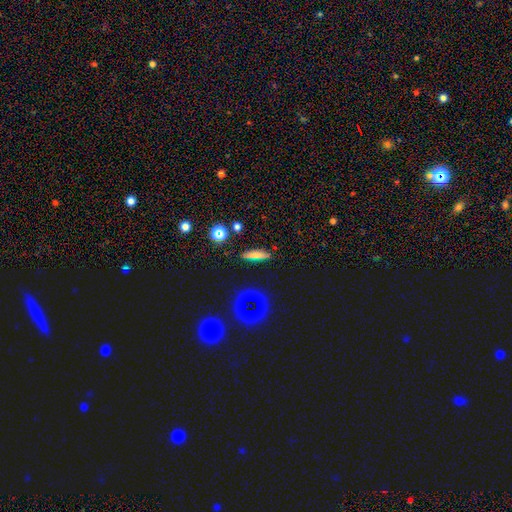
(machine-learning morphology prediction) smooth-or-featured: smooth: 62% | featured or disk: 21% | star or artifact: 17%
  how-rounded: cigar-shaped: 61% | in between: 32% | round: 7%
  merging: none: 85% | minor disturbance: 10% | major disturbance: 3% | merger: 2%